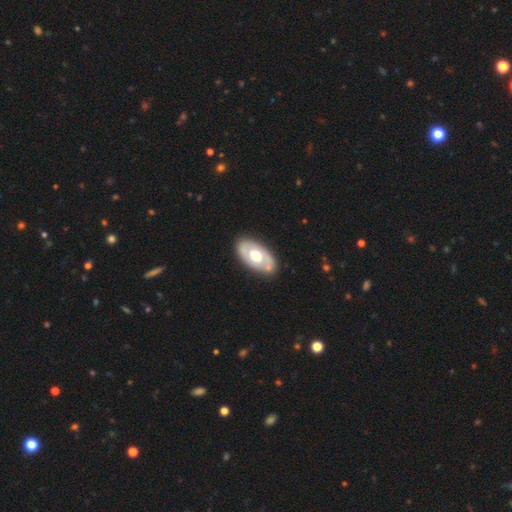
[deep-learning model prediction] This is possibly a featured or disk galaxy (58%). It is clearly not viewed edge-on (89%). Bar: clearly no (82%). Spiral arm pattern: likely no (71%). Central bulge: likely moderate (65%). Merging: likely none (79%).